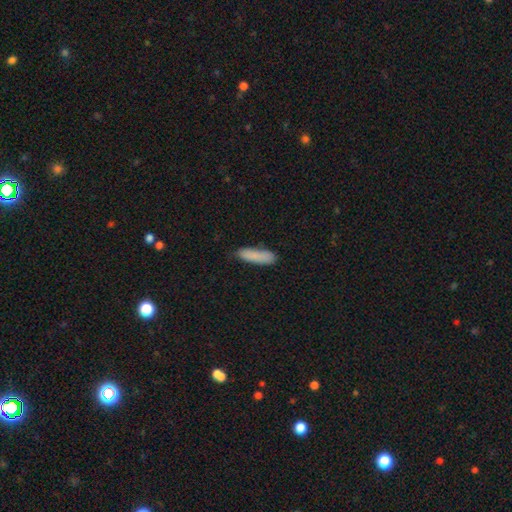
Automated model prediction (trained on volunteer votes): This appears to be a smooth galaxy with no disk features (86%) that is cigar-shaped (67%). Merging: none (76%).